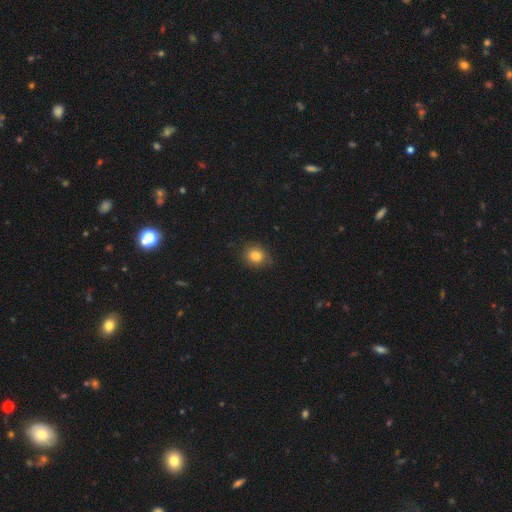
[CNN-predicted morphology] Q: Smooth or featured?
A: smooth (84%); runner-up: star or artifact (10%)
Q: How rounded?
A: round (72%); runner-up: in between (27%)
Q: Merging?
A: none (78%); runner-up: minor disturbance (17%)